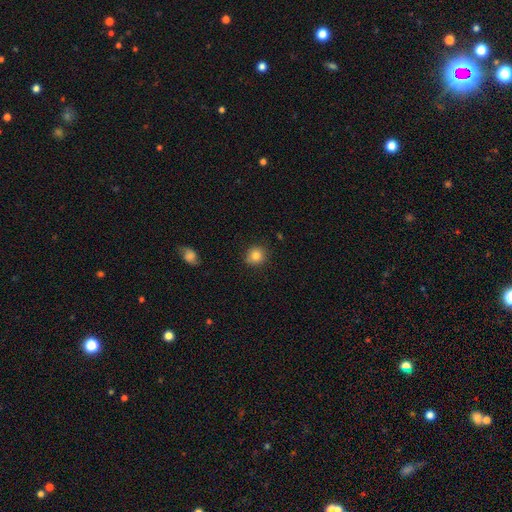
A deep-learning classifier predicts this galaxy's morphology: smooth_or_featured: smooth (p=0.83) [alt: star or artifact p=0.10]
how_rounded: round (p=0.85) [alt: in between p=0.14]
merging: none (p=0.87) [alt: minor disturbance p=0.10]